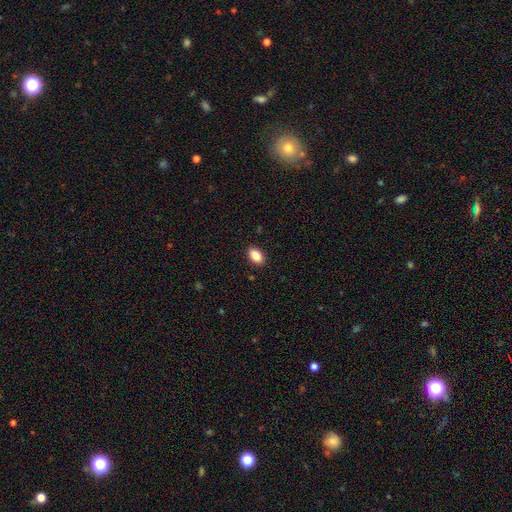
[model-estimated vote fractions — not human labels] Smooth or featured? smooth (87%)
How rounded? in between (90%)
Merging? none (90%)